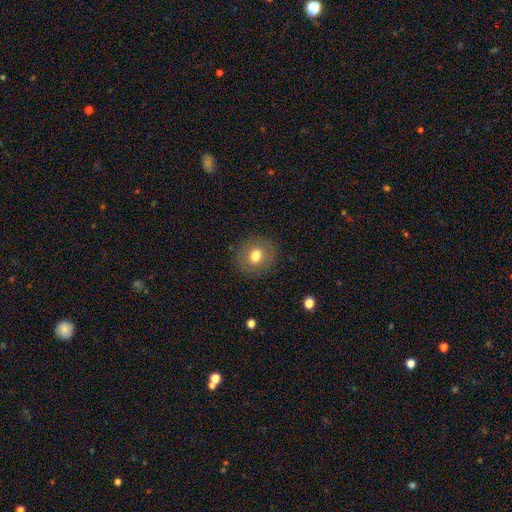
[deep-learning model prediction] Smooth or featured?
  - smooth: 74% *
  - featured or disk: 16%
  - star or artifact: 10%
How rounded?
  - round: 84% *
  - in between: 15%
  - cigar-shaped: 1%
Merging?
  - none: 88% *
  - minor disturbance: 8%
  - major disturbance: 3%
  - merger: 1%